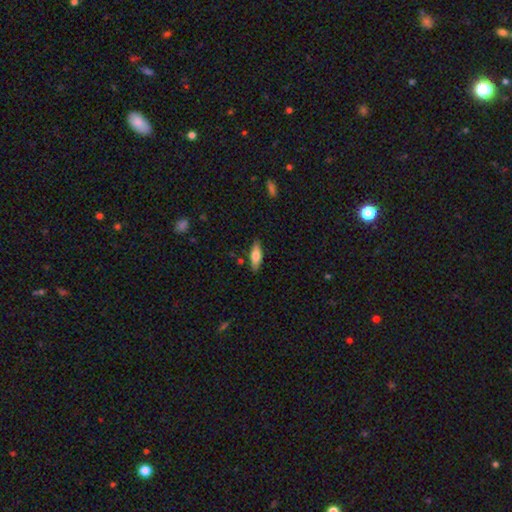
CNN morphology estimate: Smooth or featured? Predicted: smooth (p=0.69). How rounded? Predicted: in between (p=0.57). Merging? Predicted: none (p=0.85).